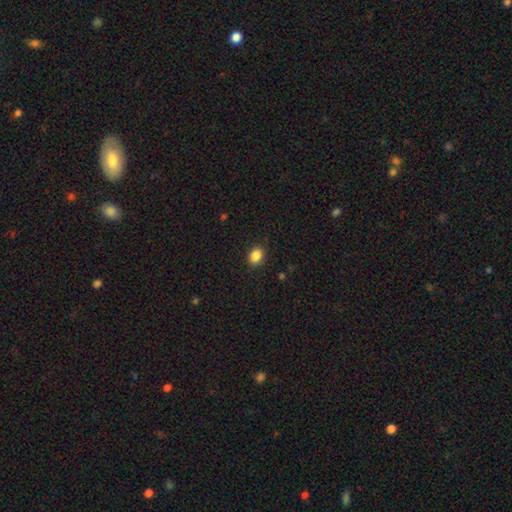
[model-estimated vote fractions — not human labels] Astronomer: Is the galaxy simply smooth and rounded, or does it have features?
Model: smooth — 88%.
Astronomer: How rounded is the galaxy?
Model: in between — 61% (runner-up: round, 38%).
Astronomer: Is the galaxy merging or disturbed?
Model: none — 88%.